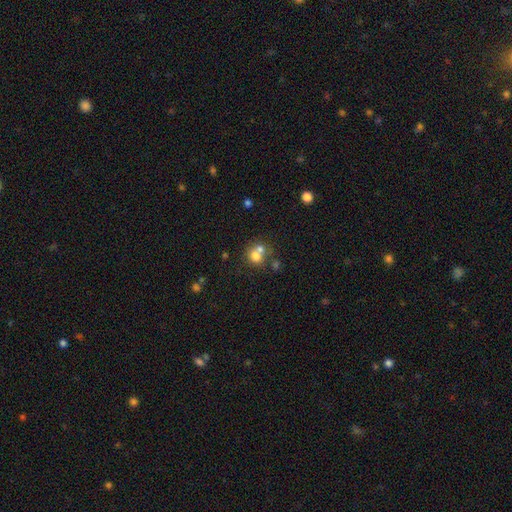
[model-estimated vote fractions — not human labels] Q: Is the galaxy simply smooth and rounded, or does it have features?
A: smooth — 70%.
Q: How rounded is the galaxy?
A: round — 75%.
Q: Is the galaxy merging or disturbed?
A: merger — 52%.